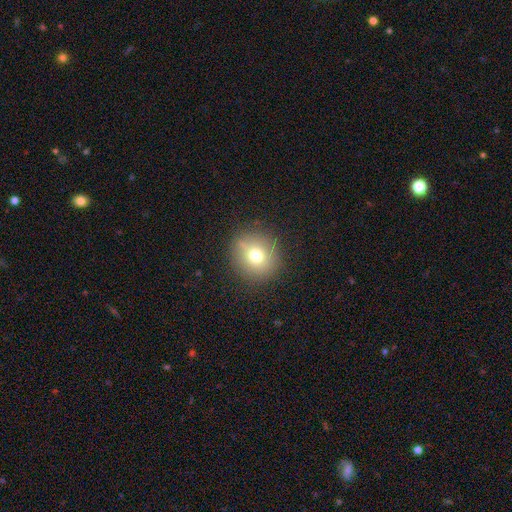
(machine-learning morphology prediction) type=smooth (69%); roundness=round (90%); merging=none (84%).